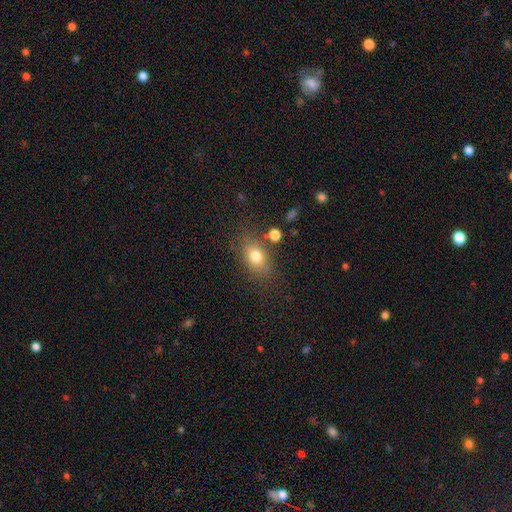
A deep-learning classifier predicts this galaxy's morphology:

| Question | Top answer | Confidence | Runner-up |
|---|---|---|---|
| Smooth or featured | smooth | 77% | featured or disk (12%) |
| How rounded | in between | 74% | round (24%) |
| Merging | none | 74% | minor disturbance (15%) |